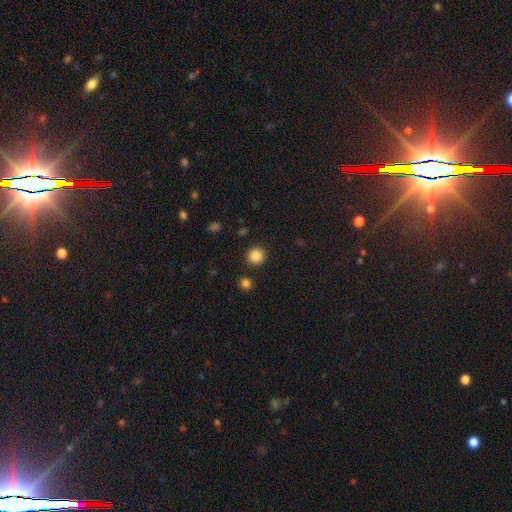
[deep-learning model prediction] A smooth galaxy with no disk features (86%) that is round (92%).

Vote fractions:
- Smooth or featured? smooth: 86% / star or artifact: 11% / featured or disk: 4%
- How rounded? round: 92% / in between: 7% / cigar-shaped: 1%
- Merging? none: 90% / minor disturbance: 5% / merger: 2% / major disturbance: 2%